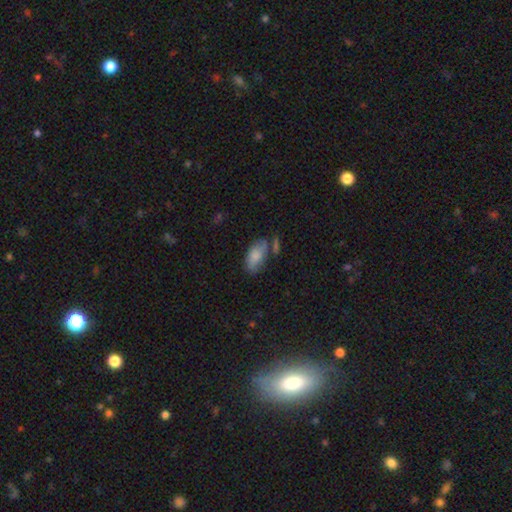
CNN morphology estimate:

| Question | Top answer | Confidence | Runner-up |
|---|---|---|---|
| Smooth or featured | smooth | 79% | featured or disk (14%) |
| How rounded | in between | 92% | cigar-shaped (4%) |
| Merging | none | 57% | minor disturbance (23%) |